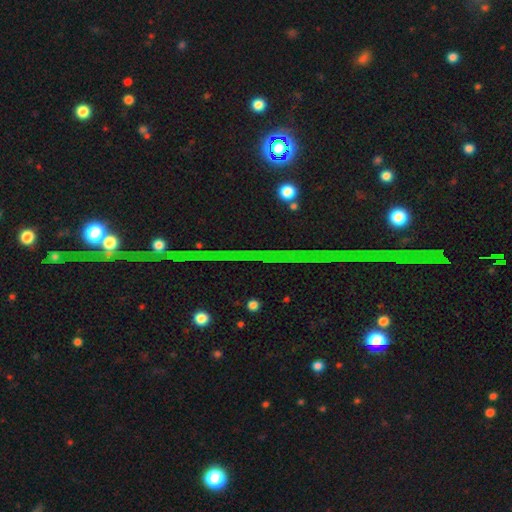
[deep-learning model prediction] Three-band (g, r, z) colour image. It shows a star or artifact, not a galaxy (68%).